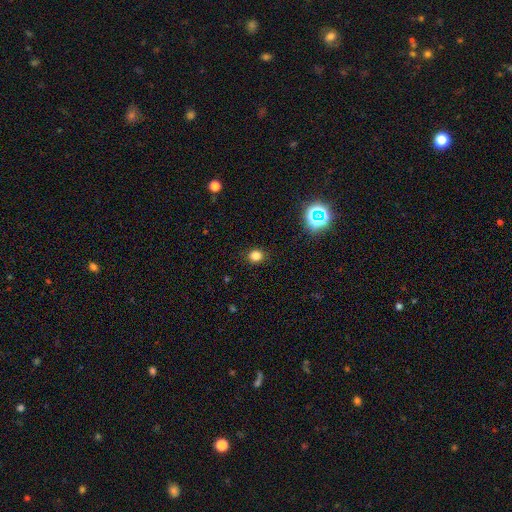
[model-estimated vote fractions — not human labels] smooth 80%, star or artifact 15%, featured or disk 5%. Down the decision tree: how rounded — round (75%); merging — none (89%).